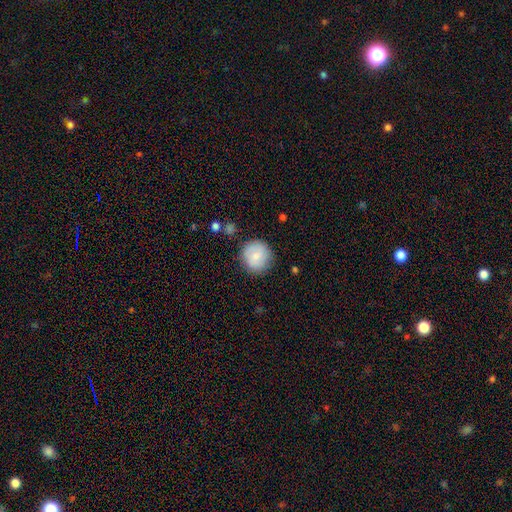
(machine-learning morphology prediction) A smooth galaxy with no disk features (77%) that is round (92%). Merging: none (84%).